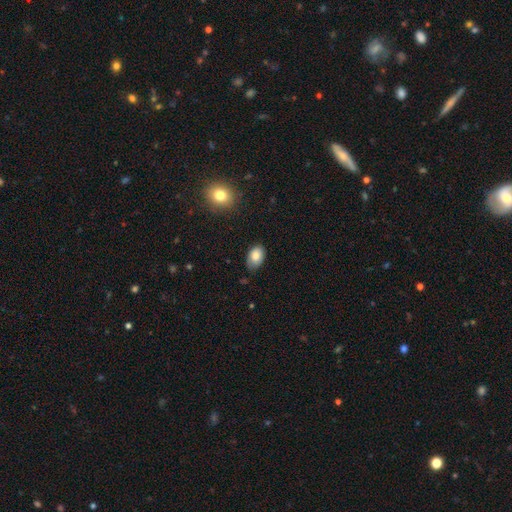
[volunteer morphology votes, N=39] Smooth or featured: smooth — 77% (featured or disk — 15%)
How rounded: in between — 93% (round — 7%)
Merging: none — 47% (minor disturbance — 42%)